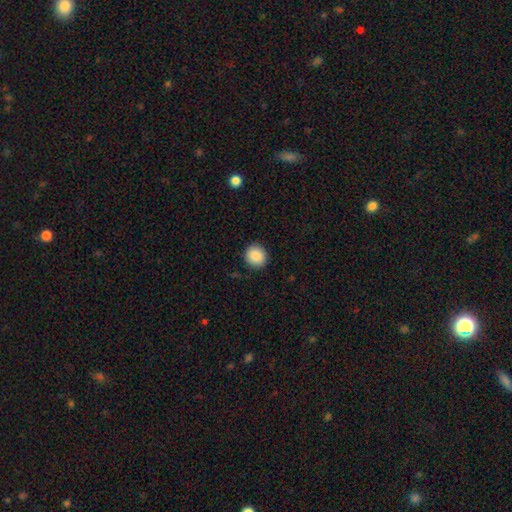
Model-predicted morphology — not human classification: Smooth or featured: smooth — 88% (star or artifact — 8%)
How rounded: round — 86% (in between — 13%)
Merging: none — 91% (minor disturbance — 6%)